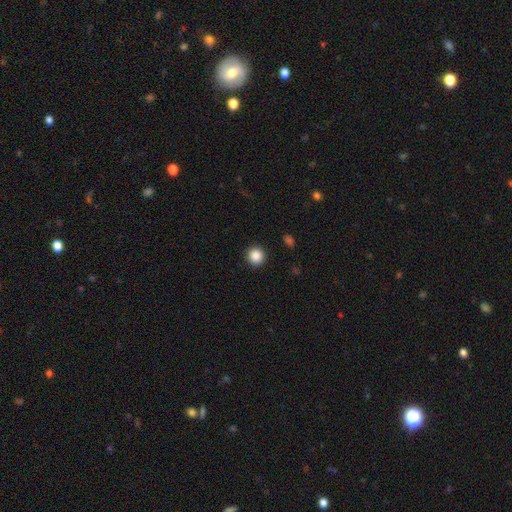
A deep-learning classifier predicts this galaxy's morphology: Overall: smooth (88%). How rounded: round (94%). Merging: none (92%).